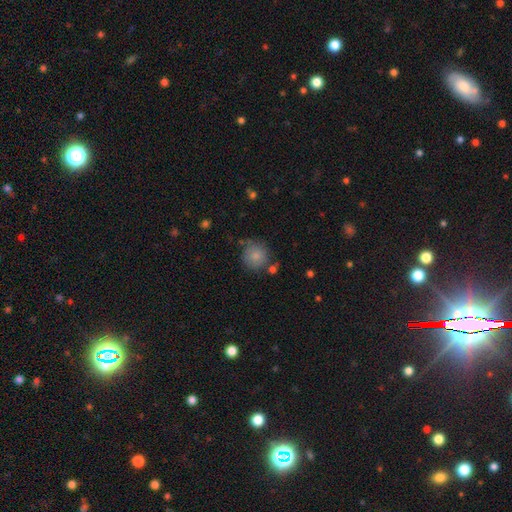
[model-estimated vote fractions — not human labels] A smooth galaxy with no disk features (83%) that is round (92%).

Vote fractions:
- Smooth or featured? smooth: 83% / star or artifact: 9% / featured or disk: 8%
- How rounded? round: 92% / in between: 7% / cigar-shaped: 1%
- Merging? none: 75% / minor disturbance: 15% / merger: 7% / major disturbance: 4%